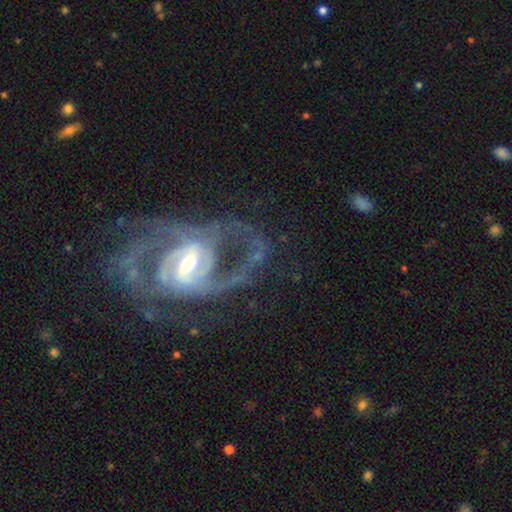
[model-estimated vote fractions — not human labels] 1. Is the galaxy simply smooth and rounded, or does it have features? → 90% featured or disk, 6% star or artifact, 4% smooth.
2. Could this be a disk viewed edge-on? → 97% no, 3% yes.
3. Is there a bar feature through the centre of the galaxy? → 44% weak, 42% strong, 14% no.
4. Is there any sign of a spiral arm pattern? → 96% yes, 4% no.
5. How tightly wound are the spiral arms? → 51% medium, 28% tight, 20% loose.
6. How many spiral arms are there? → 57% 2, 16% 3, 12% can't tell, 5% 1, 5% 4, 4% more than 4.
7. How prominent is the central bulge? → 54% moderate, 38% small, 5% large, 2% none, 1% dominant.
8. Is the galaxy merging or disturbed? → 50% none, 28% major disturbance, 17% minor disturbance, 6% merger.